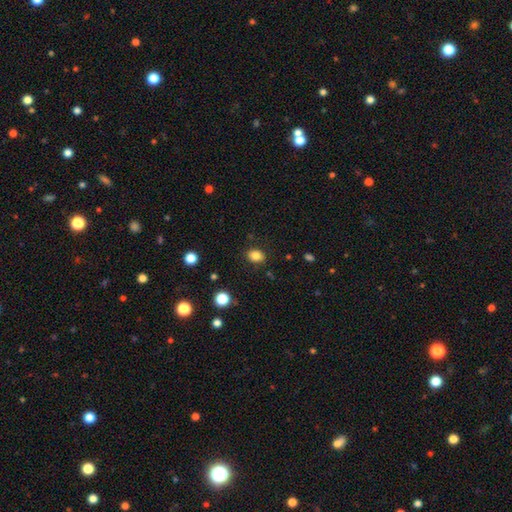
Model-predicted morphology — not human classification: Q: Smooth or featured?
A: smooth (83%); runner-up: star or artifact (11%)
Q: How rounded?
A: in between (58%); runner-up: round (41%)
Q: Merging?
A: none (87%); runner-up: minor disturbance (9%)